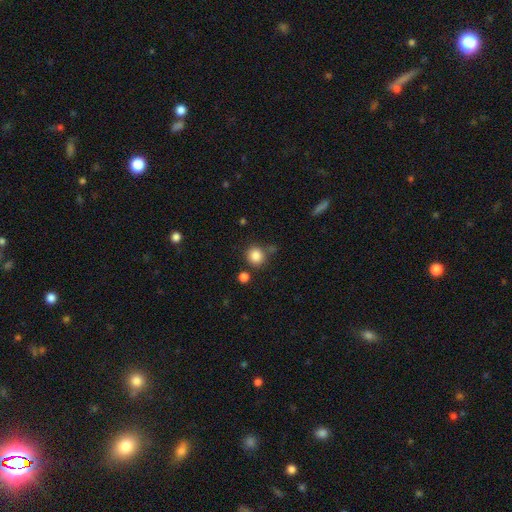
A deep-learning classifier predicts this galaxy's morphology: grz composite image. It shows a smooth galaxy with no disk features (85%) that is round (89%). Merging: none (77%).